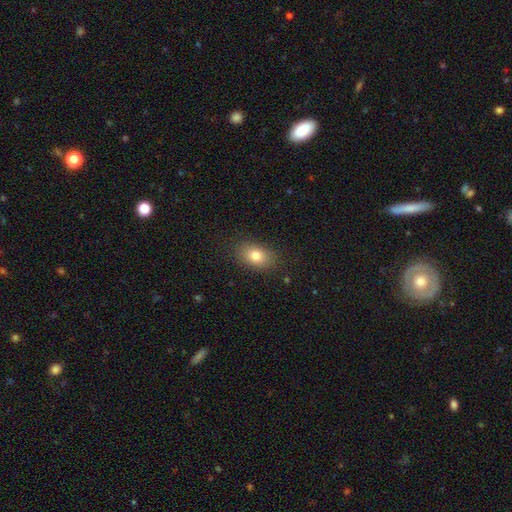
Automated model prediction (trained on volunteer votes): Q: Smooth or featured?
A: smooth (80%); runner-up: featured or disk (10%)
Q: How rounded?
A: in between (81%); runner-up: round (18%)
Q: Merging?
A: none (85%); runner-up: minor disturbance (10%)